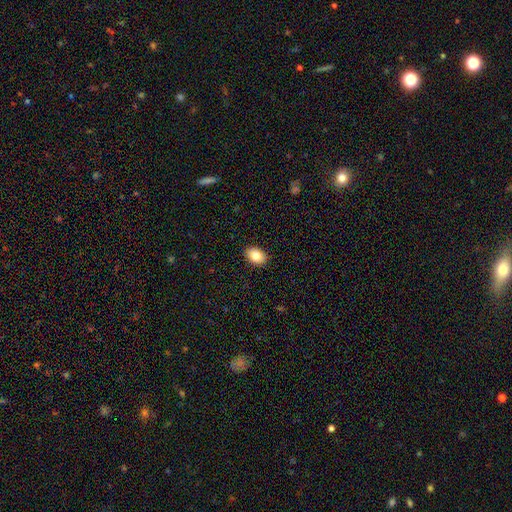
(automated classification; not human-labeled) smooth_or_featured: smooth (p=0.84) [alt: featured or disk p=0.08]
how_rounded: in between (p=0.80) [alt: round p=0.19]
merging: none (p=0.90) [alt: minor disturbance p=0.07]